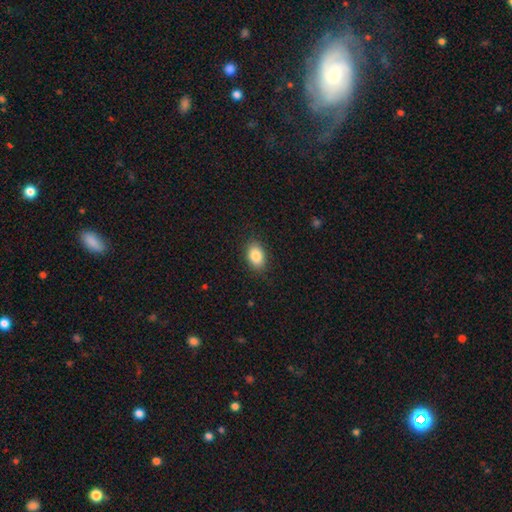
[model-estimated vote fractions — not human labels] This is clearly a smooth galaxy (86%). How rounded: clearly in between (86%). Merging: clearly none (87%).